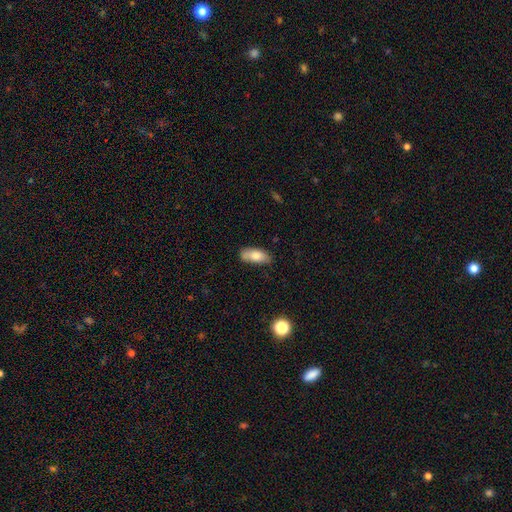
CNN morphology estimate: Smooth or featured?
  - smooth: 79% *
  - featured or disk: 14%
  - star or artifact: 7%
How rounded?
  - in between: 84% *
  - cigar-shaped: 13%
  - round: 3%
Merging?
  - none: 72% *
  - minor disturbance: 21%
  - major disturbance: 4%
  - merger: 3%